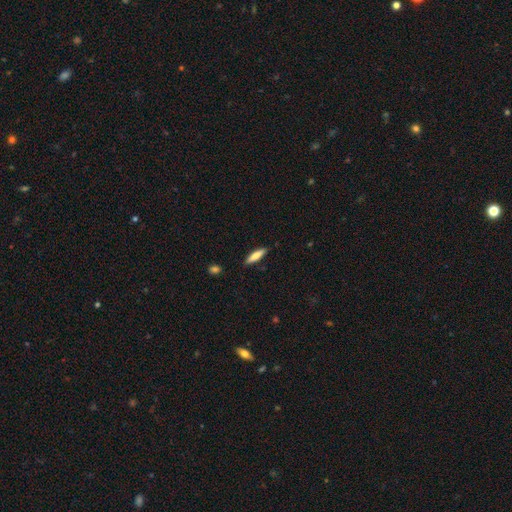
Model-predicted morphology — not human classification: The model was most divided on "how rounded": cigar-shaped: 72%, in between: 26%, round: 2%. More confident: merging — none (88%); smooth or featured — smooth (74%).